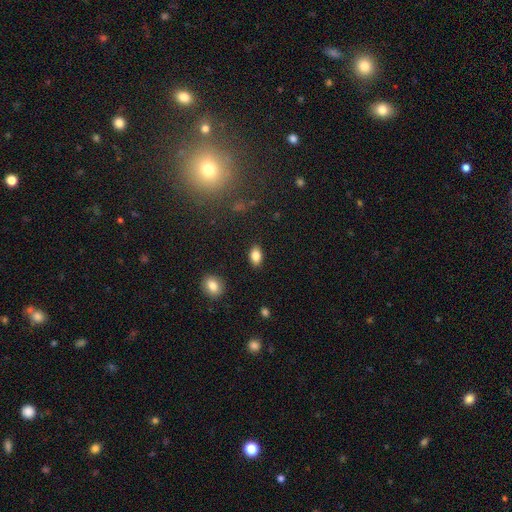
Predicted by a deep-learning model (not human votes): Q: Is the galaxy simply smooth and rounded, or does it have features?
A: smooth — 83%.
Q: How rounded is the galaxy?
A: in between — 87%.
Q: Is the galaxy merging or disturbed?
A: none — 87%.